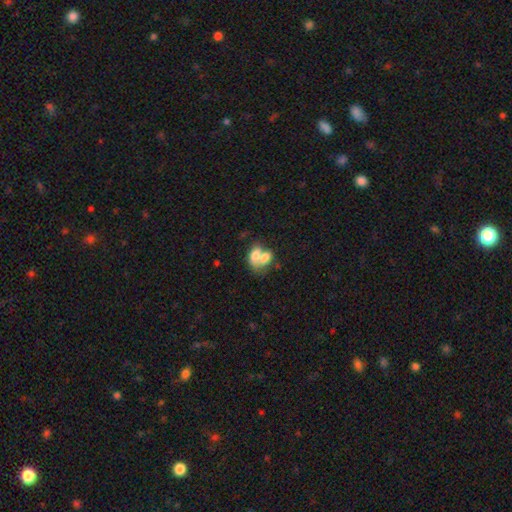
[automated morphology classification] The model was most divided on "smooth or featured": smooth: 68%, featured or disk: 23%, star or artifact: 8%. More confident: how rounded — in between (76%); merging — merger (71%).